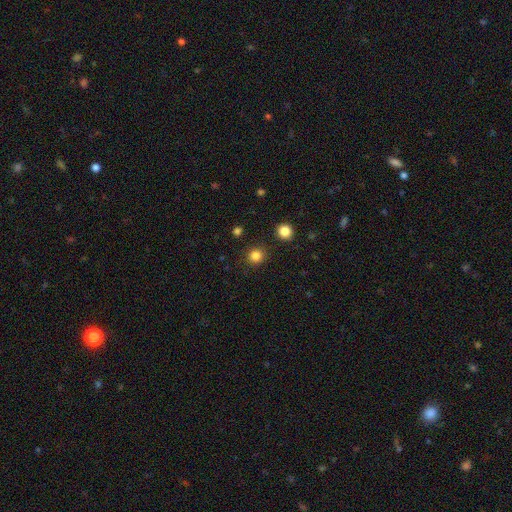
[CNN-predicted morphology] smooth-or-featured: smooth: 84% | star or artifact: 13% | featured or disk: 4%
  how-rounded: round: 91% | in between: 8% | cigar-shaped: 1%
  merging: none: 90% | minor disturbance: 6% | merger: 2% | major disturbance: 2%